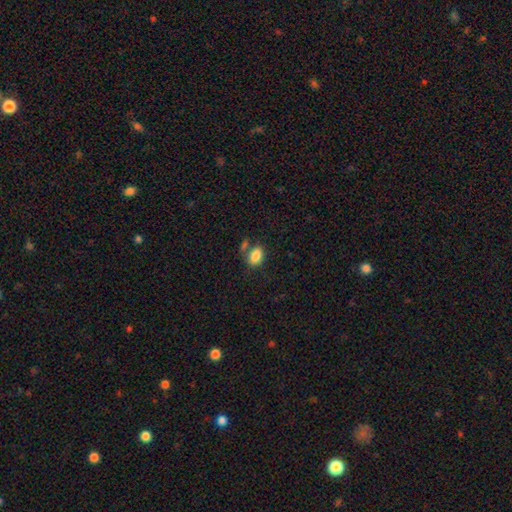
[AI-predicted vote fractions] Smooth or featured? Predicted: smooth (p=0.85). How rounded? Predicted: in between (p=0.85). Merging? Predicted: none (p=0.53).